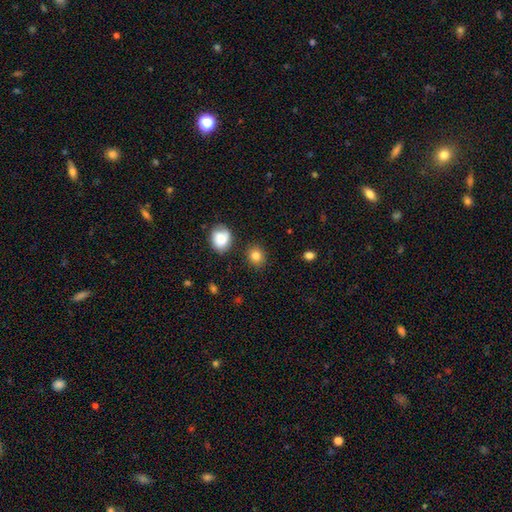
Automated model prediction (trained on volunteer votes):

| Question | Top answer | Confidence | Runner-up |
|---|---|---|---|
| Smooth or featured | smooth | 84% | star or artifact (10%) |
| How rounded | round | 72% | in between (27%) |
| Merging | none | 85% | minor disturbance (9%) |